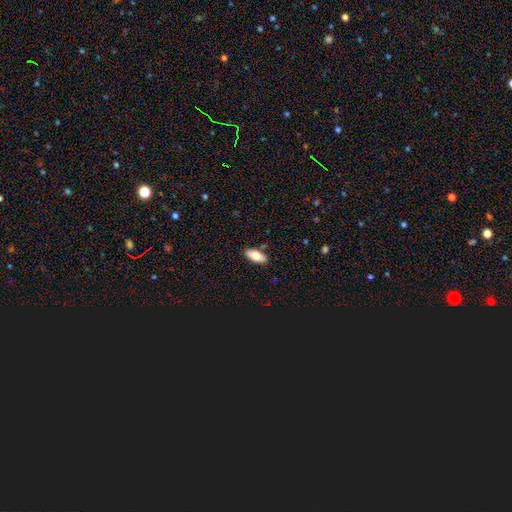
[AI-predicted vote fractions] smooth-or-featured: smooth: 79% | featured or disk: 14% | star or artifact: 7%
  how-rounded: in between: 85% | cigar-shaped: 13% | round: 2%
  merging: none: 85% | minor disturbance: 10% | merger: 3% | major disturbance: 2%